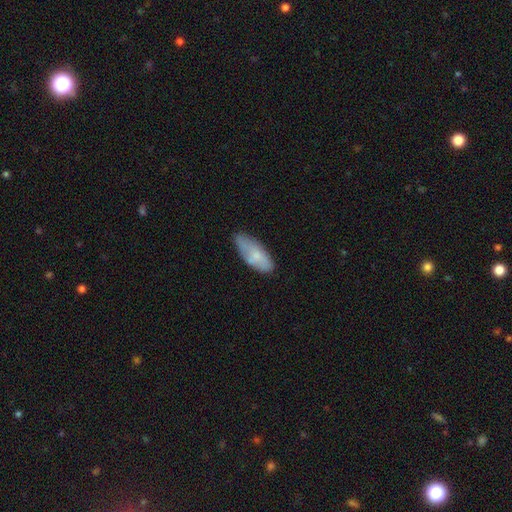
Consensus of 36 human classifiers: Smooth or featured? 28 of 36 (78%) said smooth. How rounded? 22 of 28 (79%) said in between. Merging? 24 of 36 (67%) said none.